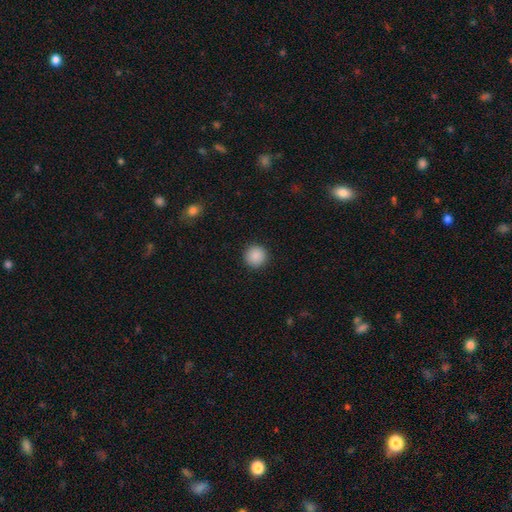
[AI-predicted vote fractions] smooth 89%, star or artifact 8%, featured or disk 3%. Down the decision tree: how rounded — round (96%); merging — none (93%).